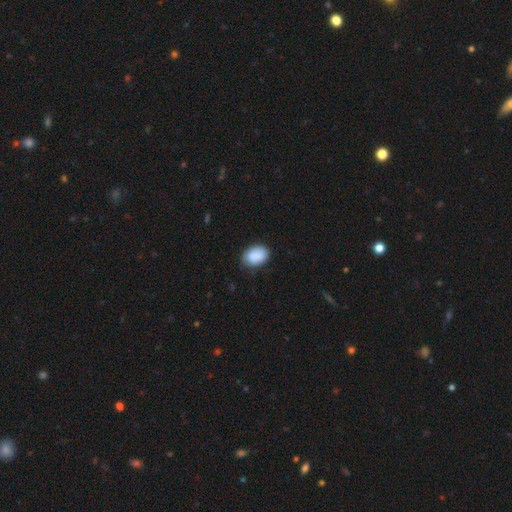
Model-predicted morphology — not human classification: A smooth galaxy with no disk features (89%) that is in between round and cigar-shaped (79%). Merging: none (74%).